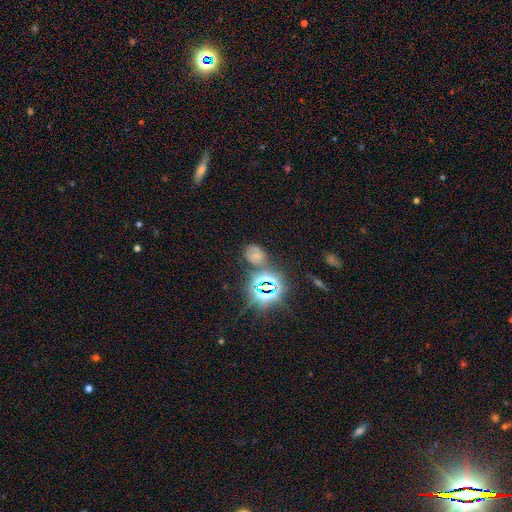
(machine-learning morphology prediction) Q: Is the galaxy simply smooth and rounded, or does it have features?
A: smooth — 42%.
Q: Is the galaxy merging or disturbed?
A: none — 65%.